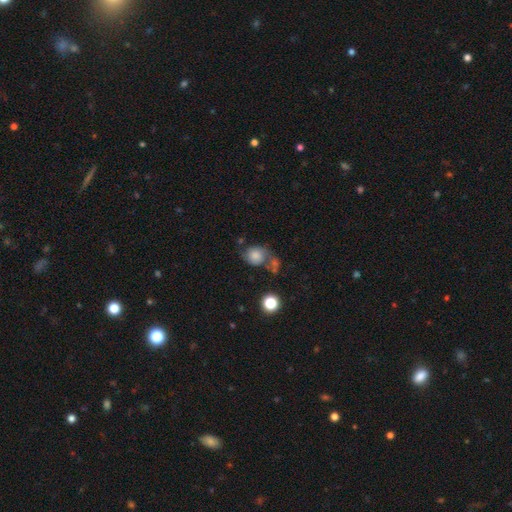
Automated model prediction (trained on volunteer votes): This is likely a smooth galaxy (67%). How rounded: likely round (66%). Merging: marginally none (34%).